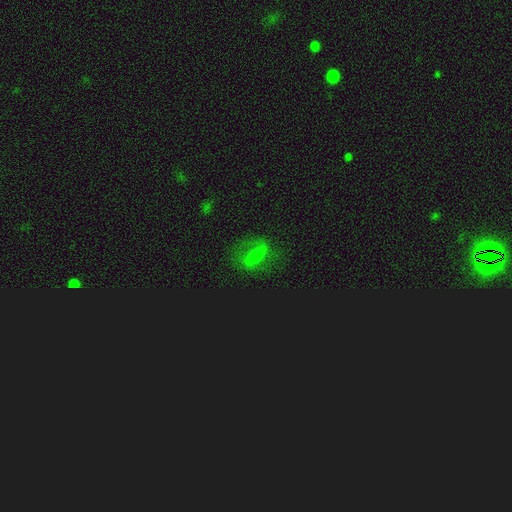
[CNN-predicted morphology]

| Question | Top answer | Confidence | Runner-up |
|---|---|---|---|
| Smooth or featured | featured or disk | 44% | smooth (34%) |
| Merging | none | 68% | minor disturbance (17%) |